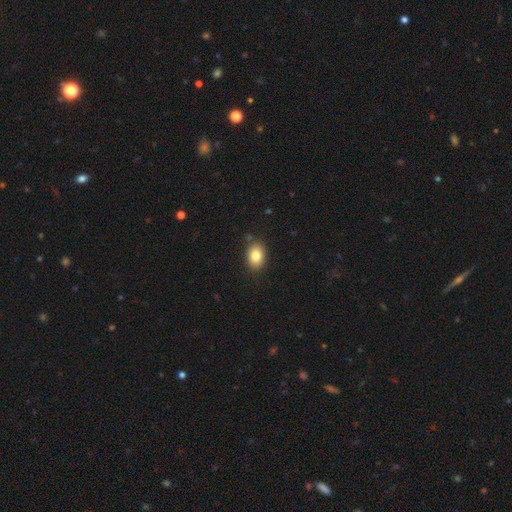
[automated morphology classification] Smooth or featured? smooth (83%)
How rounded? in between (80%)
Merging? none (85%)